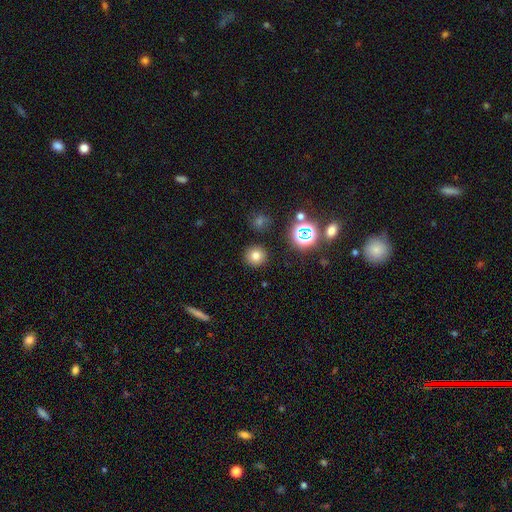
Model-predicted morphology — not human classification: smooth_or_featured: smooth (p=0.74) [alt: star or artifact p=0.18]
how_rounded: round (p=0.92) [alt: in between p=0.07]
merging: none (p=0.89) [alt: minor disturbance p=0.06]